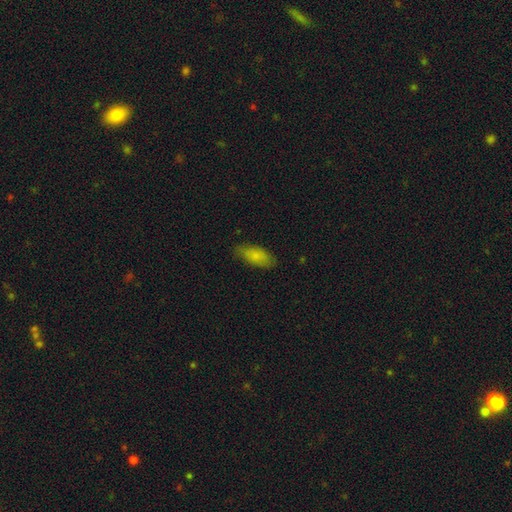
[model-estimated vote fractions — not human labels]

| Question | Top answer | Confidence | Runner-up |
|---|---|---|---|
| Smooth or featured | smooth | 81% | featured or disk (12%) |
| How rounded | in between | 86% | cigar-shaped (12%) |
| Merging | none | 78% | minor disturbance (17%) |